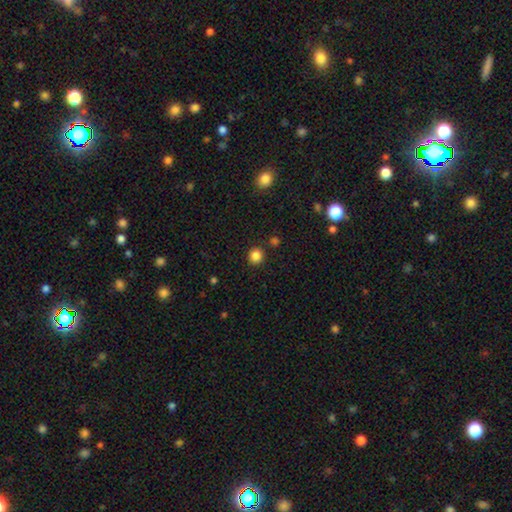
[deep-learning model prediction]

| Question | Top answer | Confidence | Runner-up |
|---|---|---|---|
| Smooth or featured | smooth | 84% | star or artifact (12%) |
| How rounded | round | 91% | in between (8%) |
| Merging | none | 88% | minor disturbance (6%) |